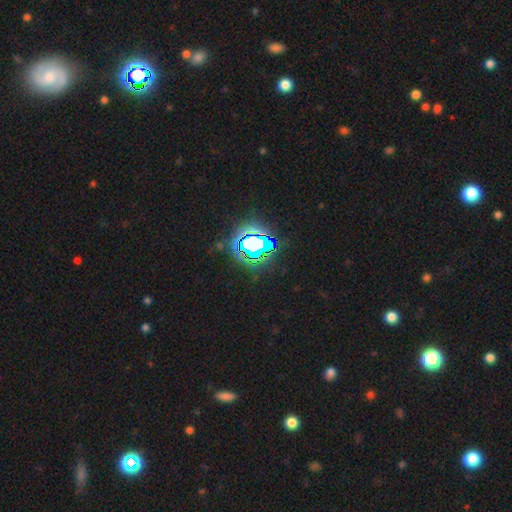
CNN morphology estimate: Smooth or featured? Predicted: star or artifact (p=0.80).